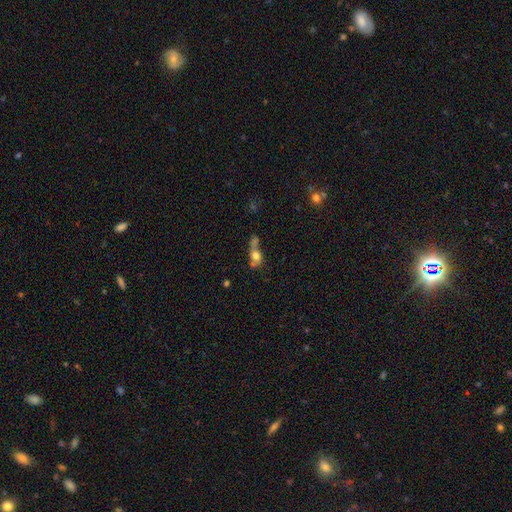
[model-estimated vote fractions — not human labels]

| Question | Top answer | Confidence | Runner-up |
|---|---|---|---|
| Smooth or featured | smooth | 65% | featured or disk (22%) |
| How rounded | in between | 46% | round (44%) |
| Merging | merger | 51% | none (24%) |